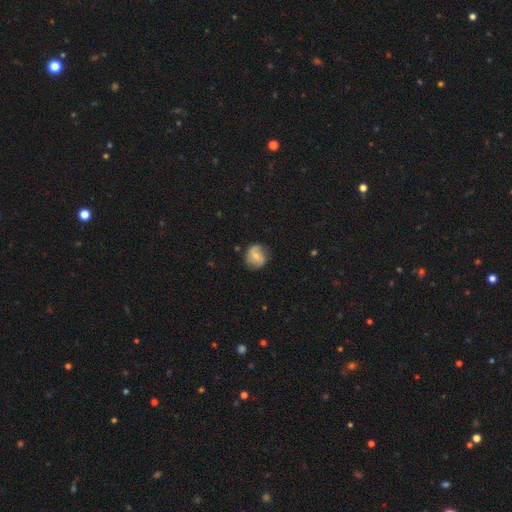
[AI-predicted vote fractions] Overall: smooth (49%; featured or disk 43%). Merging: none (72%).